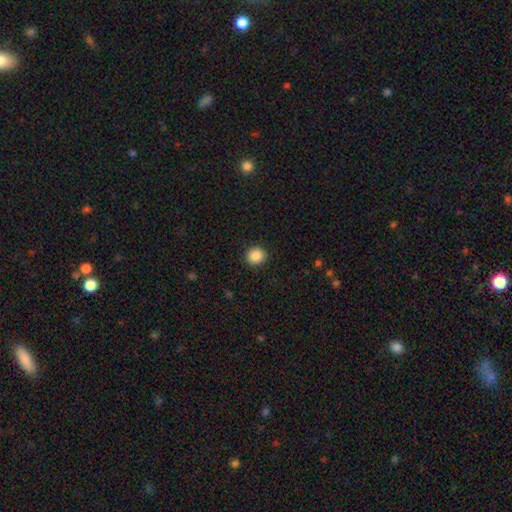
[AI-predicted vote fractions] Morphology: type=smooth (87%); roundness=round (86%); merging=none (92%).